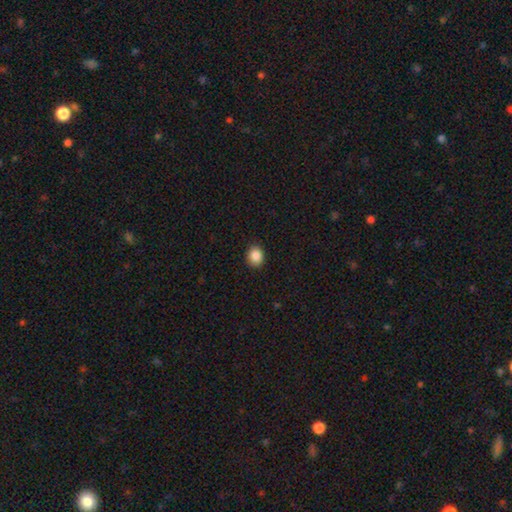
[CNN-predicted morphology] Smooth or featured: smooth — 88% (star or artifact — 9%)
How rounded: round — 65% (in between — 34%)
Merging: none — 90% (minor disturbance — 7%)